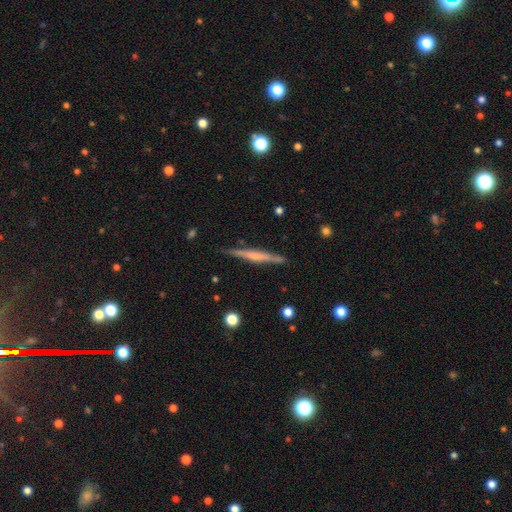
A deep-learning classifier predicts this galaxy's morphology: type=featured or disk (61%); edge-on=yes (97%); edge-on bulge=none (42%); merging=none (87%).